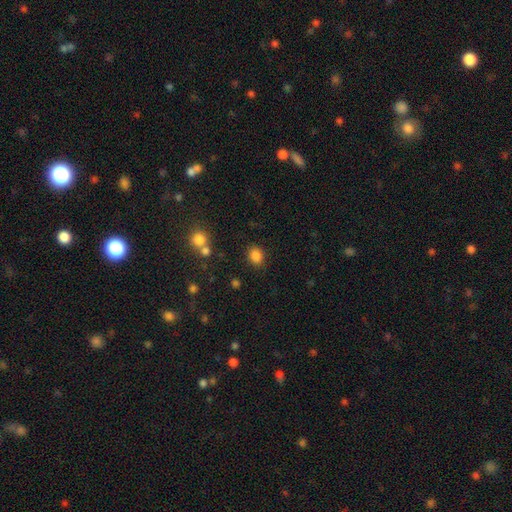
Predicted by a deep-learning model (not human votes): Q: Smooth or featured?
A: smooth (85%); runner-up: star or artifact (11%)
Q: How rounded?
A: round (53%); runner-up: in between (46%)
Q: Merging?
A: none (84%); runner-up: minor disturbance (9%)